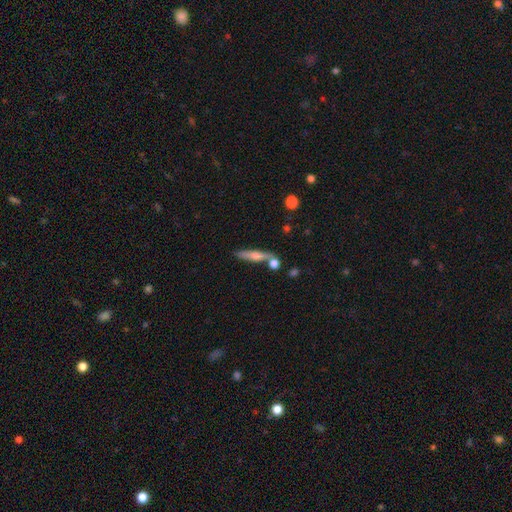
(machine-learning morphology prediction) Smooth or featured: smooth — 51% (featured or disk — 42%)
How rounded: cigar-shaped — 86% (in between — 11%)
Merging: none — 69% (merger — 15%)